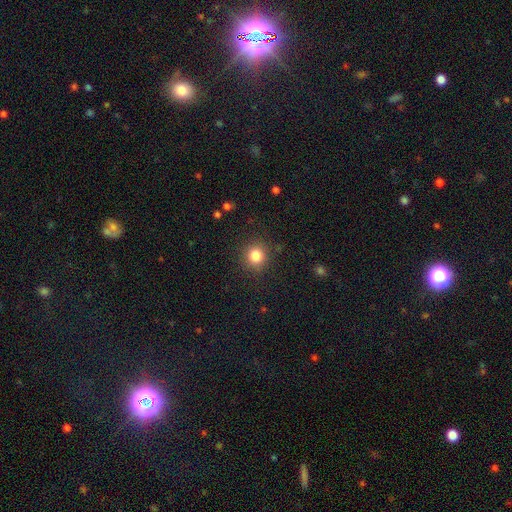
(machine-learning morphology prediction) Overall: smooth (84%). How rounded: round (91%). Merging: none (89%).